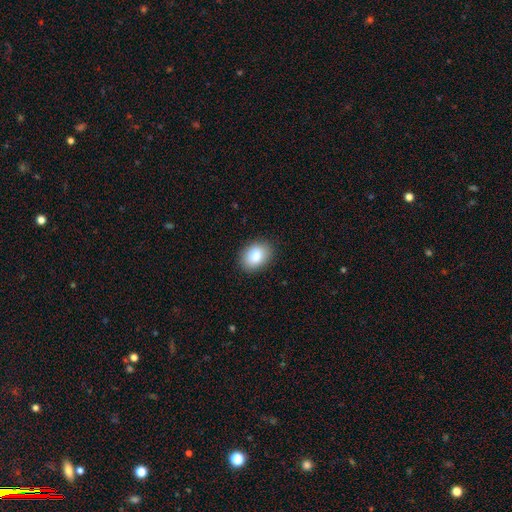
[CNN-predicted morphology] smooth 83%, featured or disk 9%, star or artifact 8%. Down the decision tree: how rounded — in between (75%); merging — none (89%).